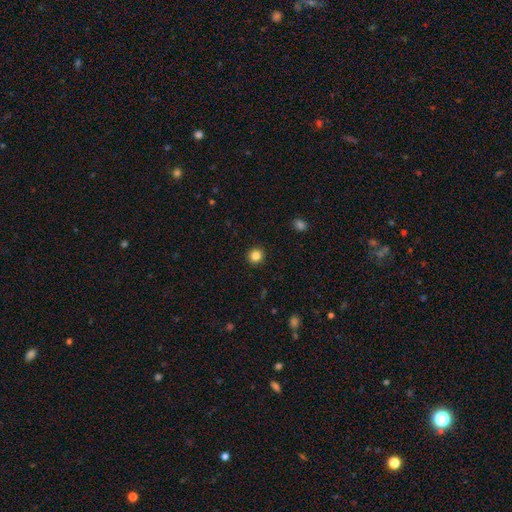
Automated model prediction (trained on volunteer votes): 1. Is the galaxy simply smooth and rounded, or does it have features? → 85% smooth, 11% star or artifact, 4% featured or disk.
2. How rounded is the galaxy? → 93% round, 6% in between, 1% cigar-shaped.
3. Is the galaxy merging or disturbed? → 93% none, 5% minor disturbance, 2% major disturbance, 1% merger.